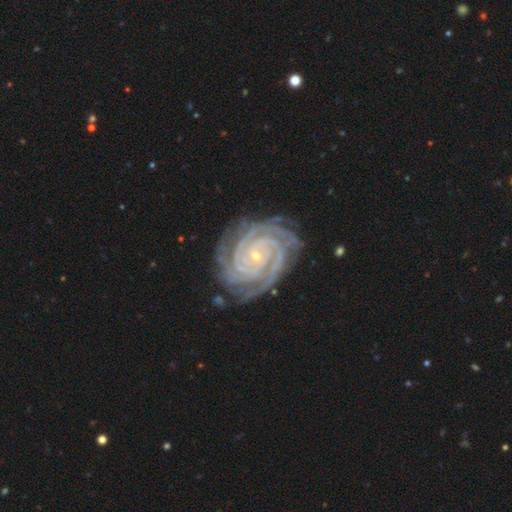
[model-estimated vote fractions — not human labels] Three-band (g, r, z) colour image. It shows a featured or disk galaxy (93%) with no bar (71%), 4 (31%) tight (88%) spiral arms (99%) and a small central bulge (86%). Merging: none (80%).